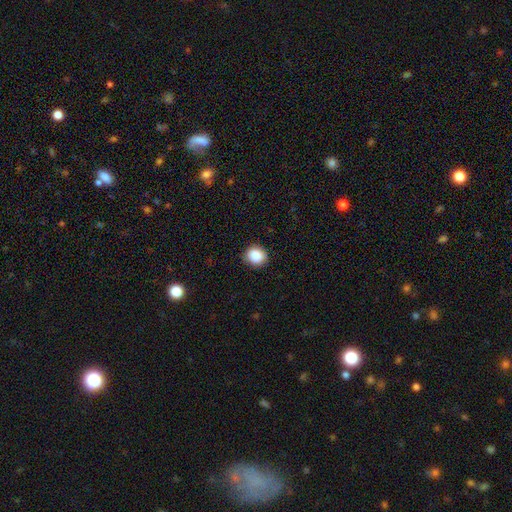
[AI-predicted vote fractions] Overall: smooth (88%). How rounded: round (80%). Merging: none (86%).